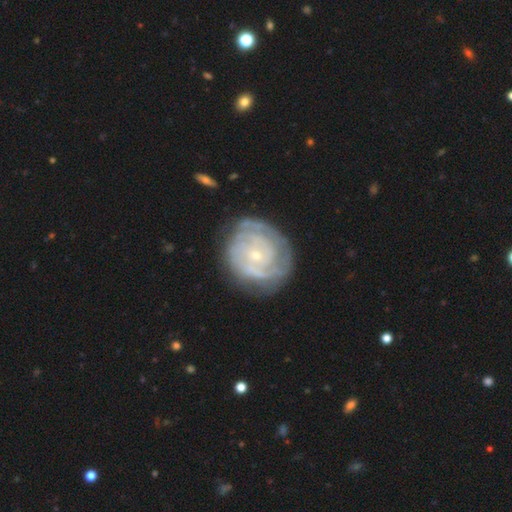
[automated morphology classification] A featured or disk galaxy (80%) with no bar (77%), tight (75%) spiral arms (89%) and a small central bulge (79%). Merging: none (73%).